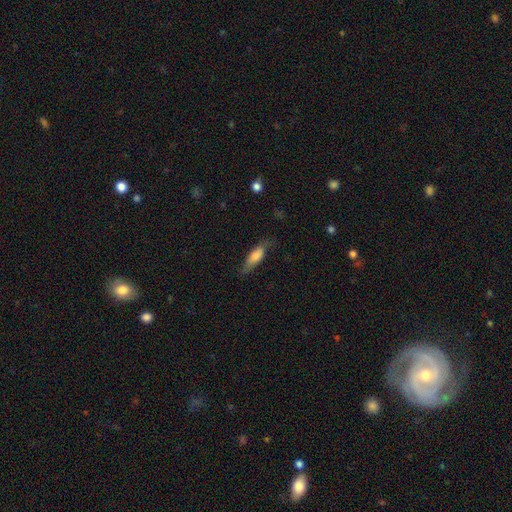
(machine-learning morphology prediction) A smooth galaxy with no disk features (70%) that is in between round and cigar-shaped (53%).

Vote fractions:
- Smooth or featured? smooth: 70% / featured or disk: 24% / star or artifact: 6%
- How rounded? in between: 53% / cigar-shaped: 45% / round: 2%
- Merging? none: 63% / minor disturbance: 27% / major disturbance: 9% / merger: 2%